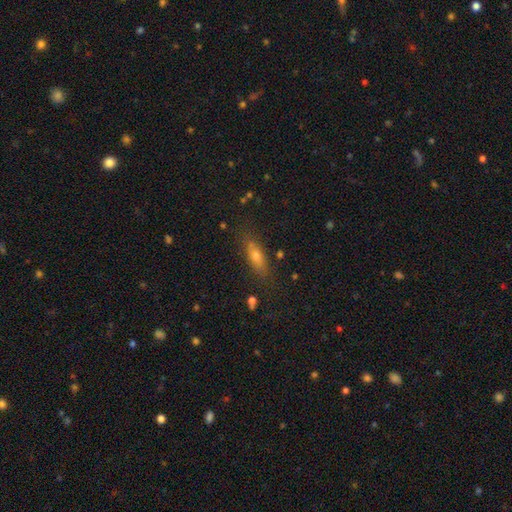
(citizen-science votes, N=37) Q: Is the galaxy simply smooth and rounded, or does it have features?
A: smooth — 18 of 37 (49%).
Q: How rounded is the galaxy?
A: cigar-shaped — 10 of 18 (56%).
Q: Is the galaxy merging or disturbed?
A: none — 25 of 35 (71%).